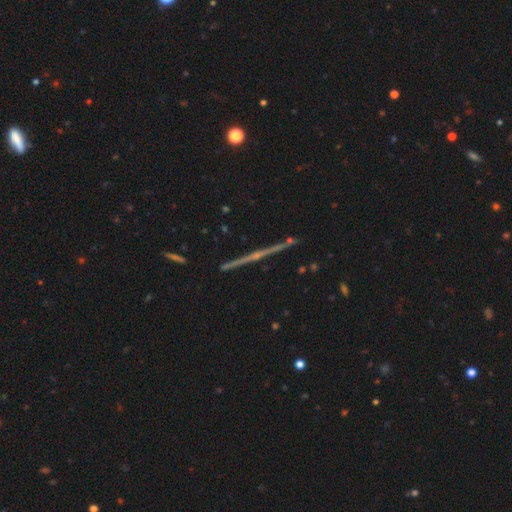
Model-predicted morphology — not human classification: featured or disk 65%, star or artifact 19%, smooth 17%. Down the decision tree: edge-on disk — yes (95%); edge-on bulge — none (55%); merging — none (87%).